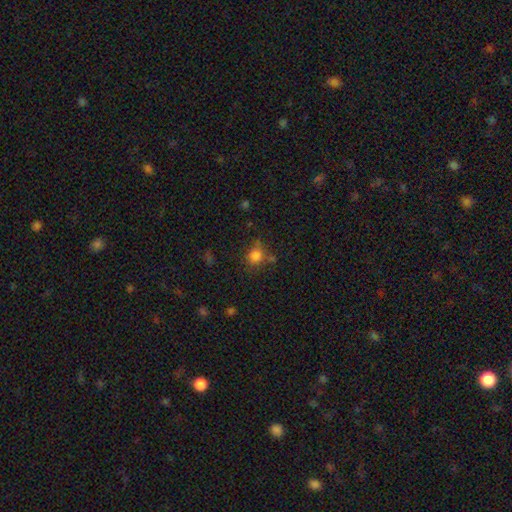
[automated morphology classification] smooth_or_featured: smooth (p=0.80) [alt: star or artifact p=0.13]
how_rounded: round (p=0.75) [alt: in between p=0.24]
merging: none (p=0.65) [alt: minor disturbance p=0.18]